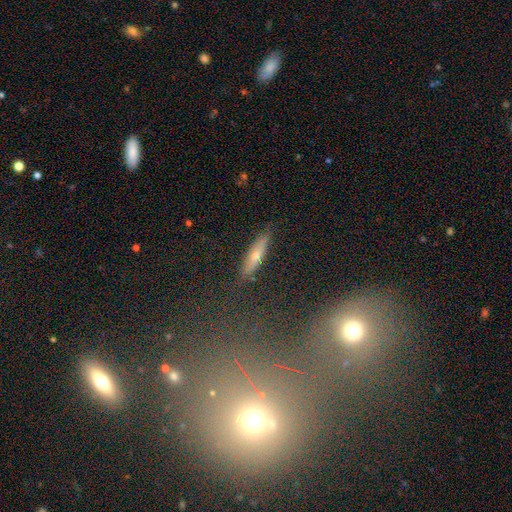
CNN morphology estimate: type=featured or disk (39%); merging=none (82%).